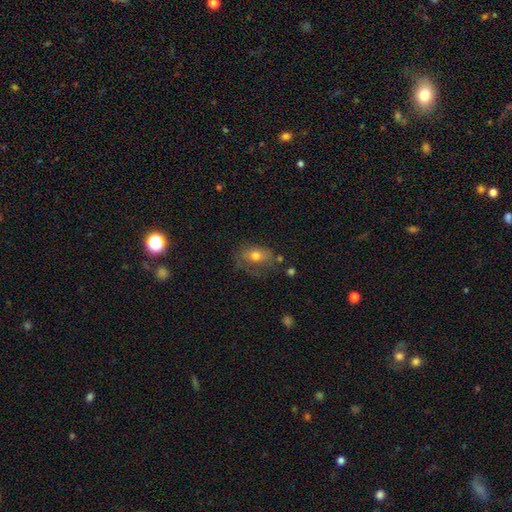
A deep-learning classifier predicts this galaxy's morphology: smooth_or_featured: smooth (p=0.54) [alt: featured or disk p=0.31]
how_rounded: in between (p=0.72) [alt: round p=0.26]
merging: none (p=0.57) [alt: minor disturbance p=0.25]